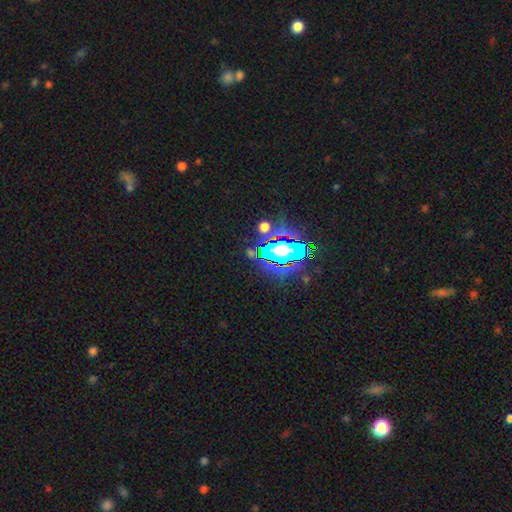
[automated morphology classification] Smooth or featured?
  - star or artifact: 65% *
  - smooth: 19%
  - featured or disk: 16%